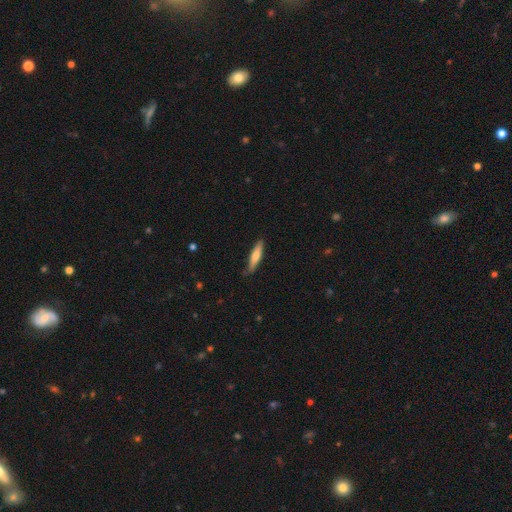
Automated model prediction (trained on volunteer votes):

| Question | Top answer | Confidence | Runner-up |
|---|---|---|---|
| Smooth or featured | smooth | 66% | featured or disk (28%) |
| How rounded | cigar-shaped | 85% | in between (13%) |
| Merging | none | 82% | minor disturbance (15%) |